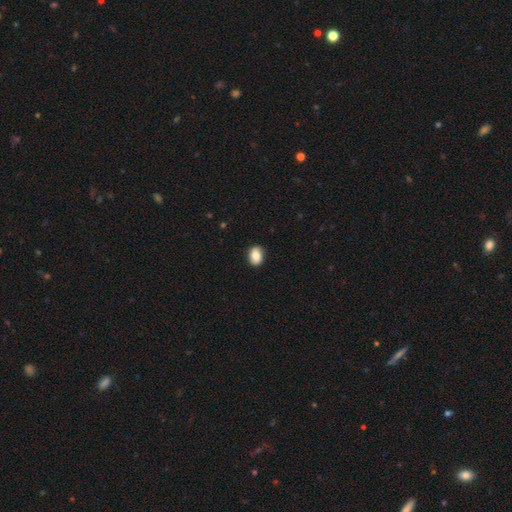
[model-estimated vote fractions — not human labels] Smooth or featured? Predicted: smooth (p=0.81). How rounded? Predicted: in between (p=0.67). Merging? Predicted: none (p=0.86).